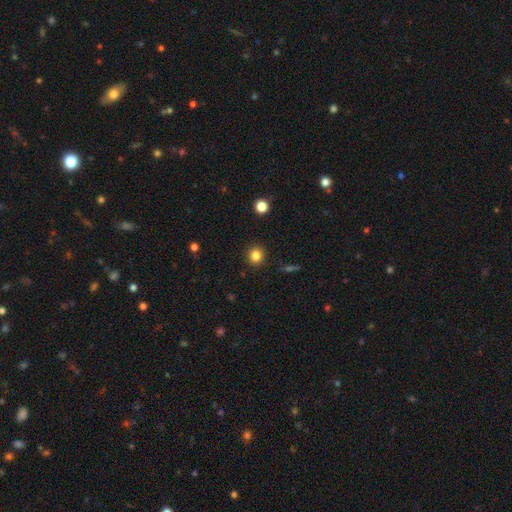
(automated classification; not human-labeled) Overall: smooth (83%). How rounded: round (89%). Merging: none (91%).